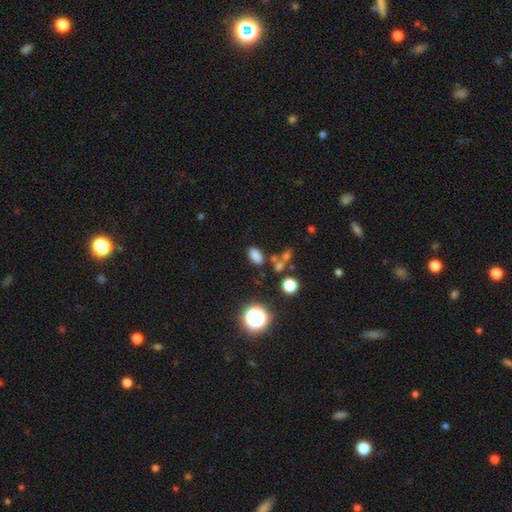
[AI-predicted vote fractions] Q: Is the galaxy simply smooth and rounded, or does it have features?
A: smooth — 77%.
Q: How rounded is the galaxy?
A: in between — 86%.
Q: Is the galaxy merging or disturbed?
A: none — 74%.